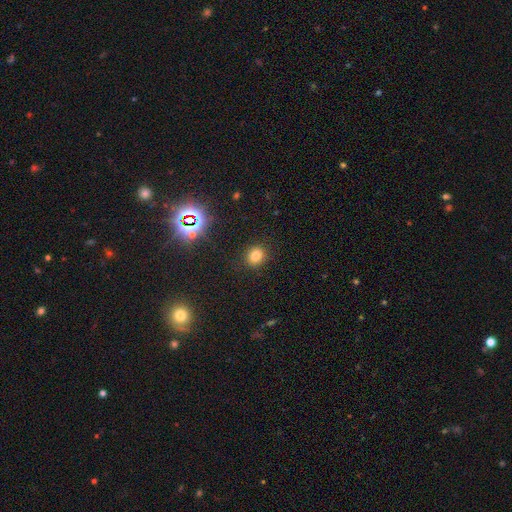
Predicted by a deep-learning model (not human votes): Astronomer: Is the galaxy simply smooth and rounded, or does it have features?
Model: smooth — 76%.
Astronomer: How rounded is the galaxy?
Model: round — 74%.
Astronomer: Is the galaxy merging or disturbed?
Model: none — 89%.